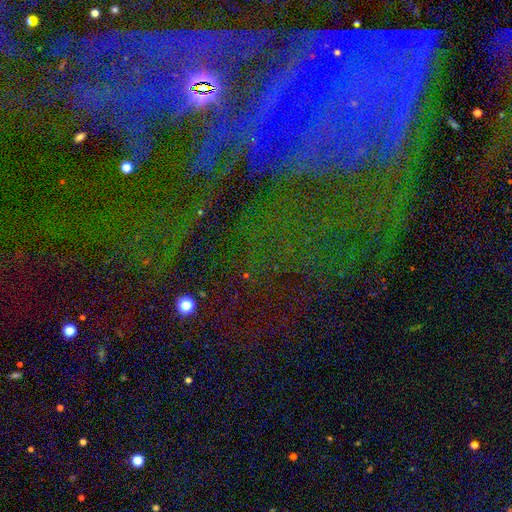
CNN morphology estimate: smooth-or-featured: star or artifact: 75% | smooth: 13% | featured or disk: 12%